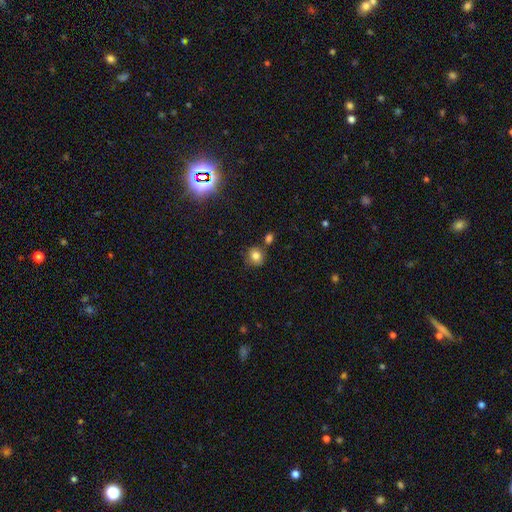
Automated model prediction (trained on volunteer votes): Overall: smooth (80%). How rounded: round (85%). Merging: none (73%).